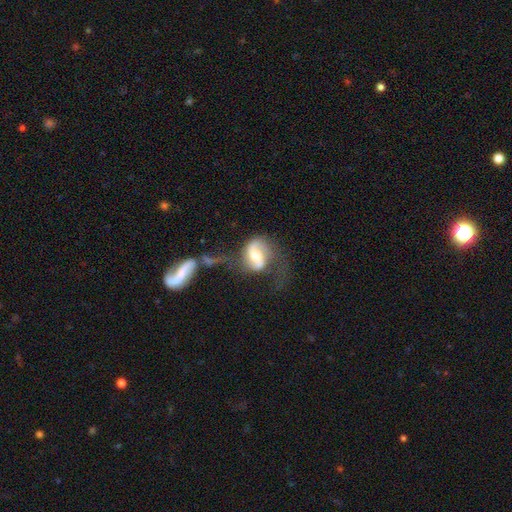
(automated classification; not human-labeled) A featured or disk galaxy (79%) with a weak bar (43%), 2 (87%) loose (56%) spiral arms (91%) and a moderate central bulge (70%).

Vote fractions:
- Smooth or featured? featured or disk: 79% / smooth: 15% / star or artifact: 6%
- Edge-on disk? no: 97% / yes: 3%
- Bar? weak: 43% / no: 31% / strong: 26%
- Spiral arms? yes: 91% / no: 9%
- Spiral winding? loose: 56% / medium: 34% / tight: 10%
- Spiral arm count? 2: 87% / 1: 5% / can't tell: 5% / 3: 1% / 4: 1% / more than 4: 1%
- Bulge size? moderate: 70% / small: 17% / large: 10% / none: 1% / dominant: 1%
- Merging? none: 41% / major disturbance: 23% / minor disturbance: 20% / merger: 16%